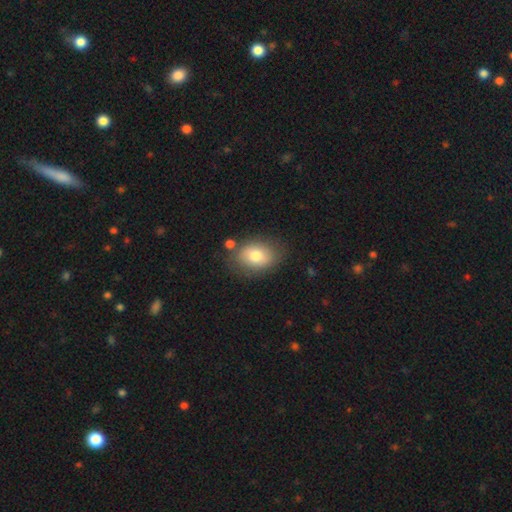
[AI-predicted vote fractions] Morphology: type=smooth (75%); roundness=in between (75%); merging=none (74%).